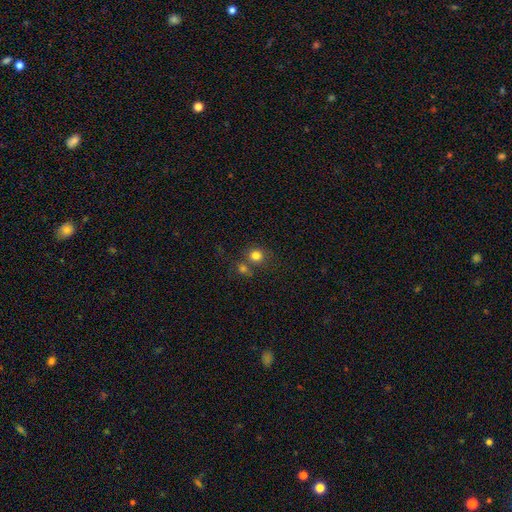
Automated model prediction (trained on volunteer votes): This is likely a smooth galaxy (79%). How rounded: clearly round (85%). Merging: possibly none (60%).